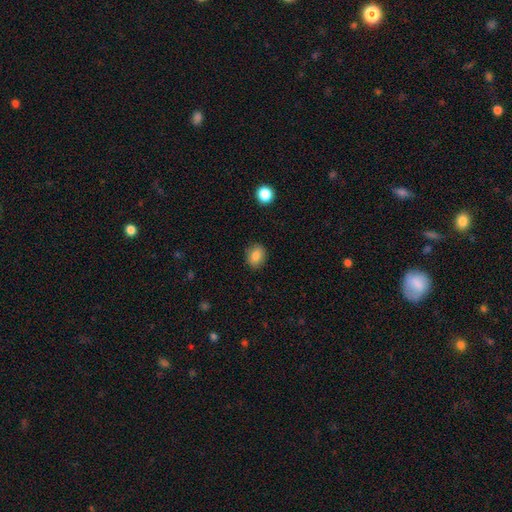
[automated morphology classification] smooth 84%, star or artifact 9%, featured or disk 7%. Down the decision tree: how rounded — round (56%); merging — none (88%).